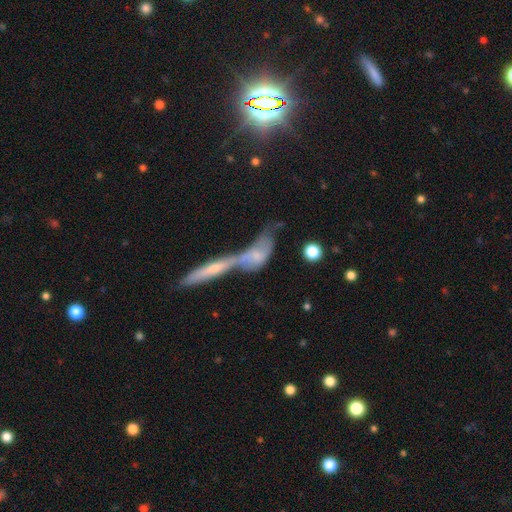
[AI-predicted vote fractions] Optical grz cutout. It shows a smooth galaxy with no disk features (51%) that is in between round and cigar-shaped (53%). Merging: merger (65%).